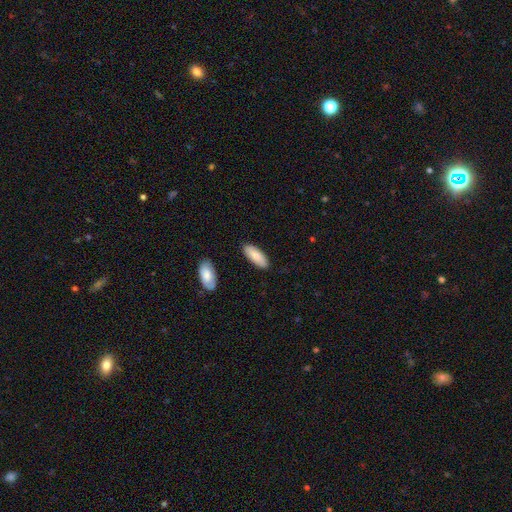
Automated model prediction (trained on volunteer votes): Smooth or featured? Predicted: smooth (p=0.85). How rounded? Predicted: in between (p=0.79). Merging? Predicted: none (p=0.86).